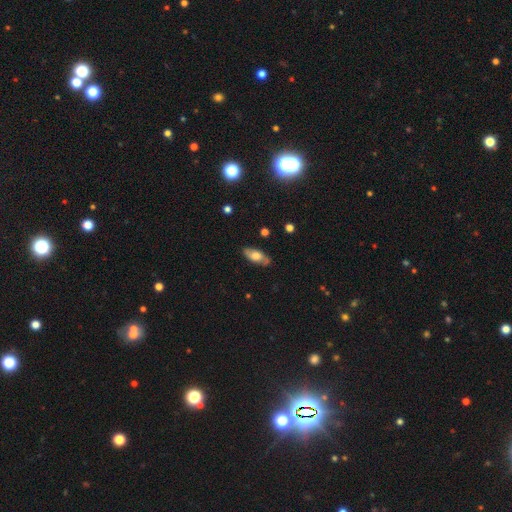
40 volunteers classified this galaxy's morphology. Q: Smooth or featured?
A: smooth (60%); runner-up: featured or disk (35%)
Q: How rounded?
A: in between (83%); runner-up: cigar-shaped (12%)
Q: Merging?
A: none (68%); runner-up: minor disturbance (29%)